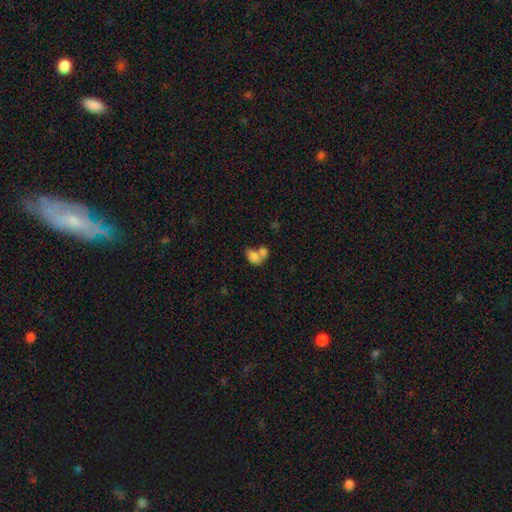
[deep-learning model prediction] Smooth or featured? smooth (76%)
How rounded? in between (77%)
Merging? merger (69%)